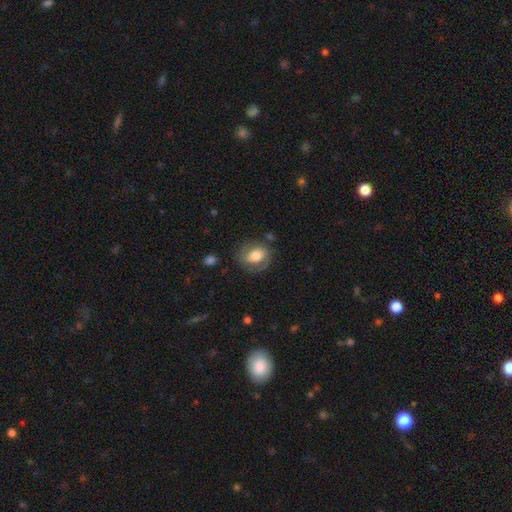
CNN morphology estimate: Smooth or featured: smooth — 48% (featured or disk — 45%)
Merging: none — 72% (minor disturbance — 18%)